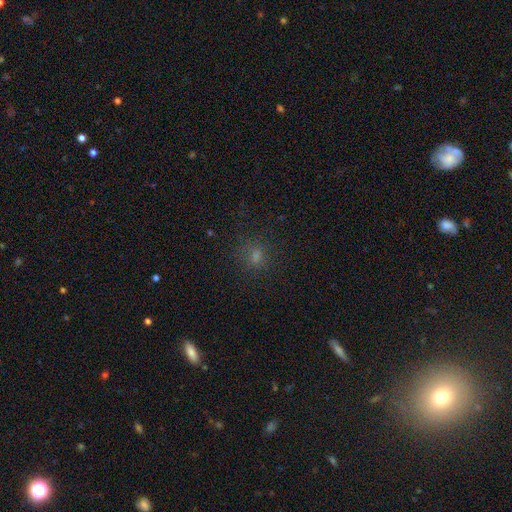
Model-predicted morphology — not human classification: type=smooth (69%); roundness=round (73%); merging=none (80%).